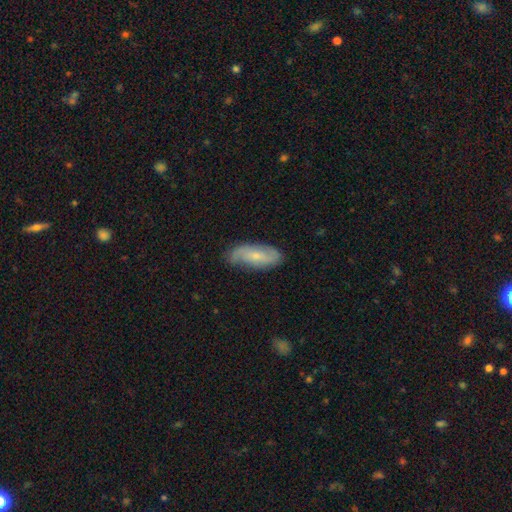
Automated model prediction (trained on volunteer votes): Morphology: type=featured or disk (51%); edge-on=no (87%); merging=none (72%).